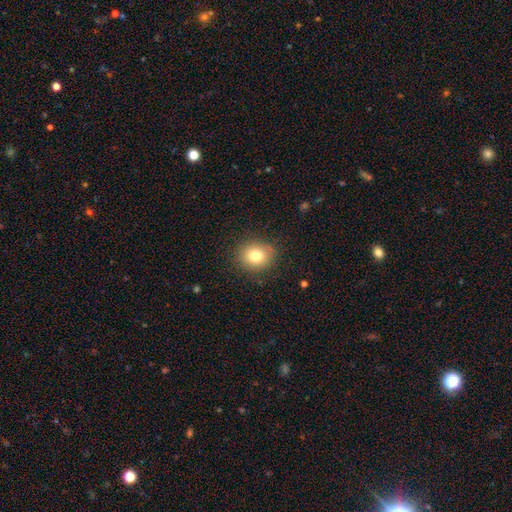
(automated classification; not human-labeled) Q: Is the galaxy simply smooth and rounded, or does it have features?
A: smooth — 77%.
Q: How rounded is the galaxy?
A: round — 73%.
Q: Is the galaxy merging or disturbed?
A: none — 86%.